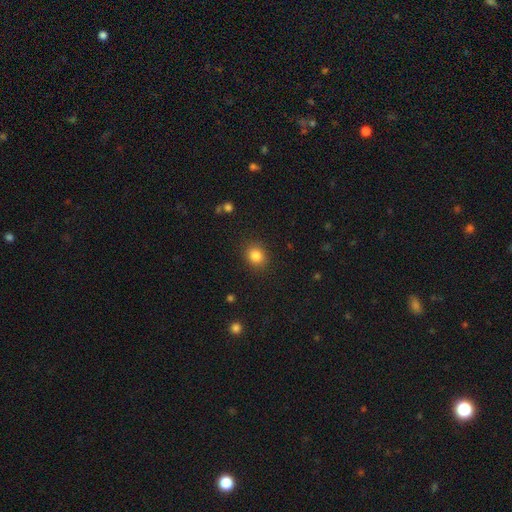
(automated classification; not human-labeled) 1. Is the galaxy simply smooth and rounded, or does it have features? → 84% smooth, 11% star or artifact, 5% featured or disk.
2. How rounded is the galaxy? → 71% round, 28% in between, 1% cigar-shaped.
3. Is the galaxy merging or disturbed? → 88% none, 8% minor disturbance, 3% major disturbance, 1% merger.